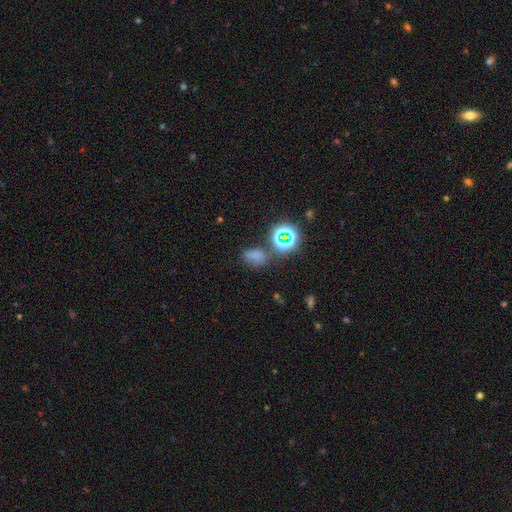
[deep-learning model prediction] Morphology: type=smooth (60%); roundness=in between (73%); merging=none (57%).